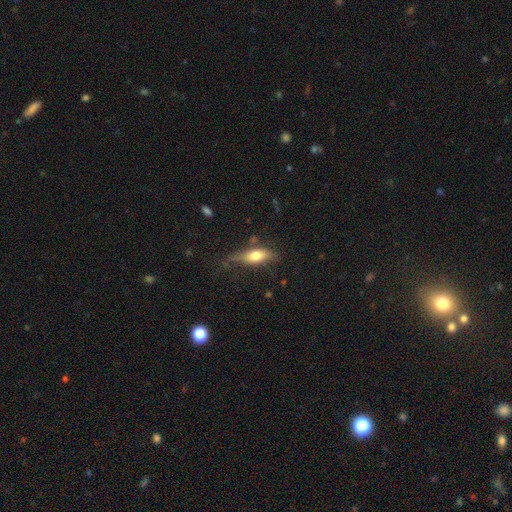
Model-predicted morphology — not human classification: Q: Smooth or featured?
A: smooth (65%); runner-up: featured or disk (28%)
Q: How rounded?
A: in between (64%); runner-up: cigar-shaped (33%)
Q: Merging?
A: none (54%); runner-up: minor disturbance (29%)